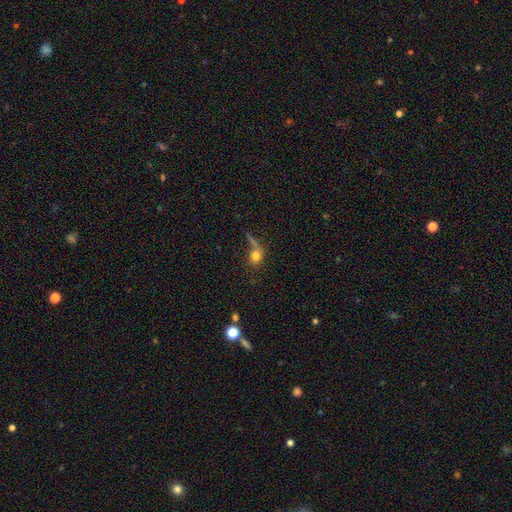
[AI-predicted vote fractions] The model was most divided on "merging": none: 39%, major disturbance: 26%, merger: 19%, minor disturbance: 16%. More confident: smooth or featured — smooth (72%); how rounded — round (69%).